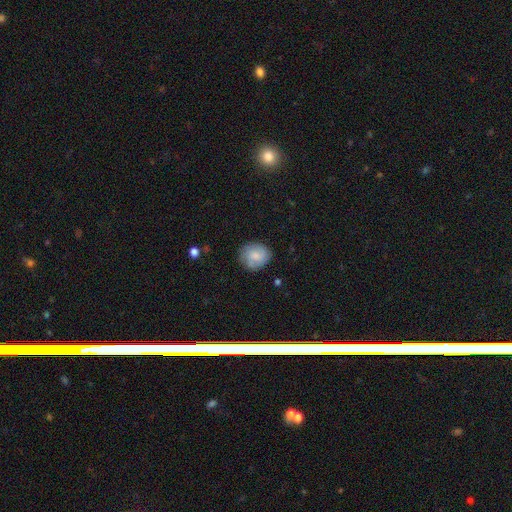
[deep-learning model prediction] Q: Smooth or featured?
A: smooth (66%); runner-up: featured or disk (27%)
Q: How rounded?
A: round (73%); runner-up: in between (26%)
Q: Merging?
A: none (75%); runner-up: minor disturbance (19%)